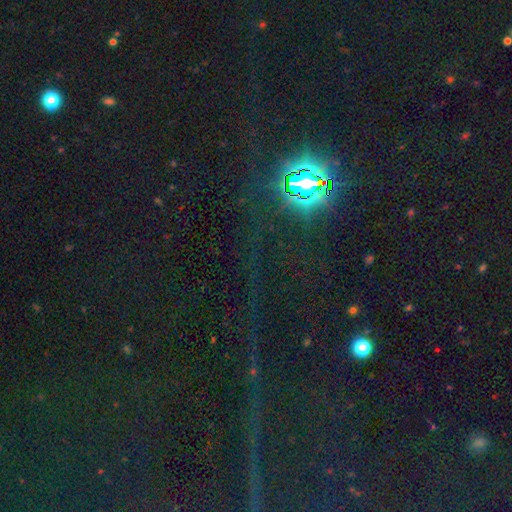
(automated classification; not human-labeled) smooth_or_featured: star or artifact (p=0.86) [alt: smooth p=0.08]